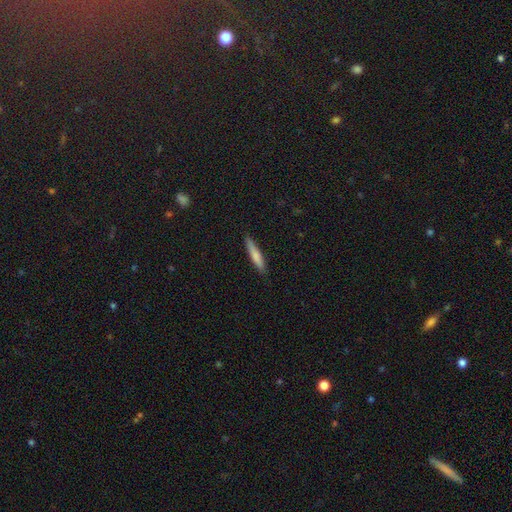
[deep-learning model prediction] The model was most divided on "smooth or featured": smooth: 74%, featured or disk: 20%, star or artifact: 6%. More confident: how rounded — cigar-shaped (91%); merging — none (88%).